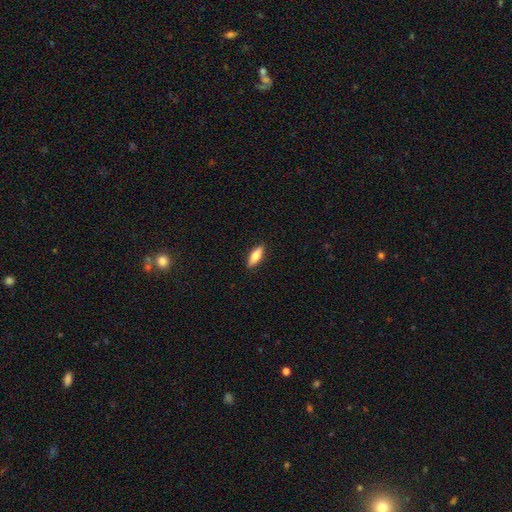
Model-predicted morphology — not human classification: smooth_or_featured: smooth (p=0.68) [alt: featured or disk p=0.26]
how_rounded: in between (p=0.61) [alt: cigar-shaped p=0.37]
merging: none (p=0.90) [alt: minor disturbance p=0.08]